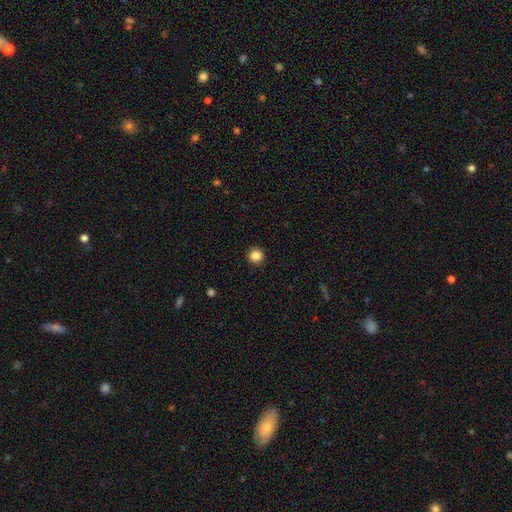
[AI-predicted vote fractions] smooth-or-featured: smooth: 85% | star or artifact: 11% | featured or disk: 4%
  how-rounded: round: 94% | in between: 5% | cigar-shaped: 1%
  merging: none: 93% | minor disturbance: 5% | major disturbance: 2% | merger: 1%